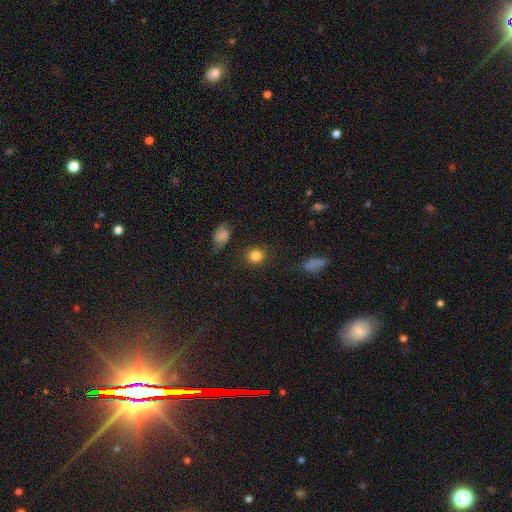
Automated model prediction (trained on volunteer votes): Smooth or featured? Predicted: smooth (p=0.84). How rounded? Predicted: round (p=0.81). Merging? Predicted: none (p=0.86).